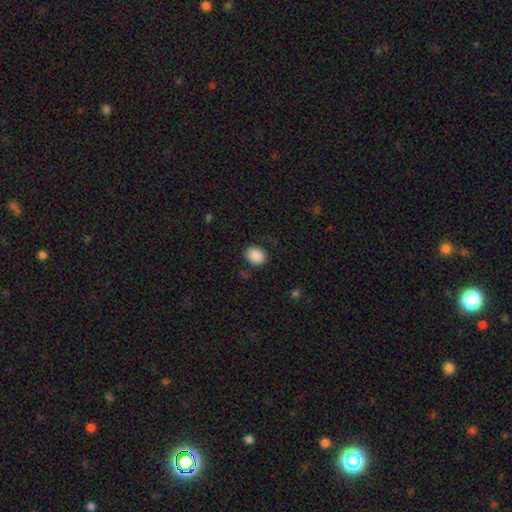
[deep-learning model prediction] The model was most divided on "how rounded": round: 50%, in between: 49%, cigar-shaped: 1%. More confident: smooth or featured — smooth (89%); merging — none (85%).